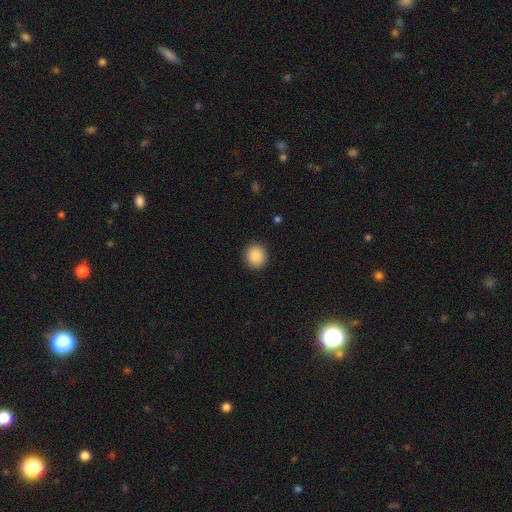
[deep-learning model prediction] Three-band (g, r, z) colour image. It shows a smooth galaxy with no disk features (88%) that is round (91%). Merging: none (91%).